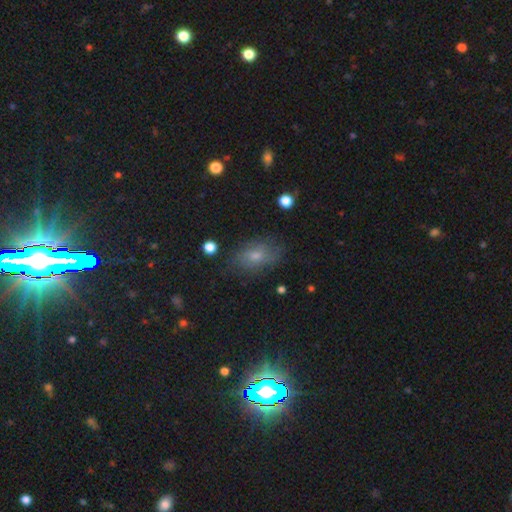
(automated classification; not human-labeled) smooth_or_featured: smooth (p=0.63) [alt: featured or disk p=0.23]
how_rounded: in between (p=0.85) [alt: round p=0.12]
merging: none (p=0.72) [alt: minor disturbance p=0.19]